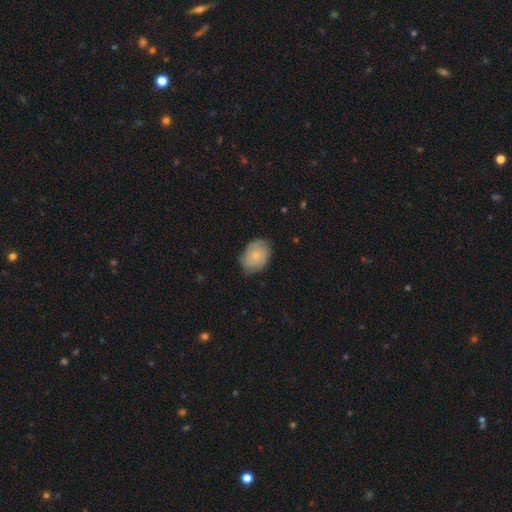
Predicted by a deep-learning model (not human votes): smooth_or_featured: smooth (p=0.59) [alt: featured or disk p=0.33]
how_rounded: in between (p=0.74) [alt: round p=0.25]
merging: none (p=0.77) [alt: minor disturbance p=0.18]